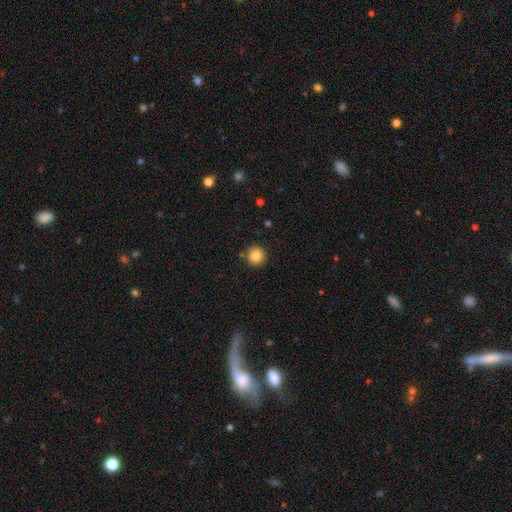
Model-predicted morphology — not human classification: This is clearly a smooth galaxy (87%). How rounded: clearly round (94%). Merging: clearly none (88%).